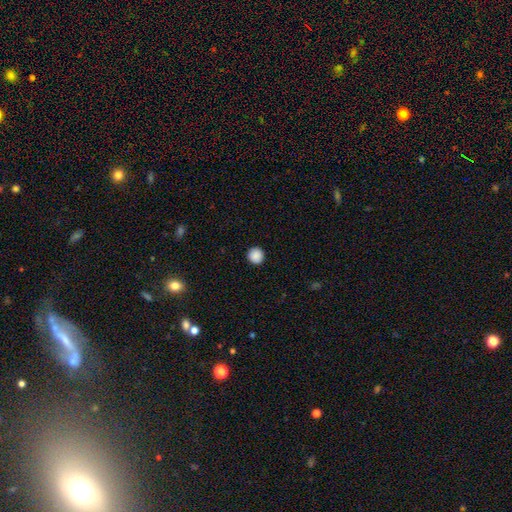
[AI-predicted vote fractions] Smooth or featured: smooth — 89% (star or artifact — 9%)
How rounded: round — 94% (in between — 5%)
Merging: none — 93% (minor disturbance — 5%)